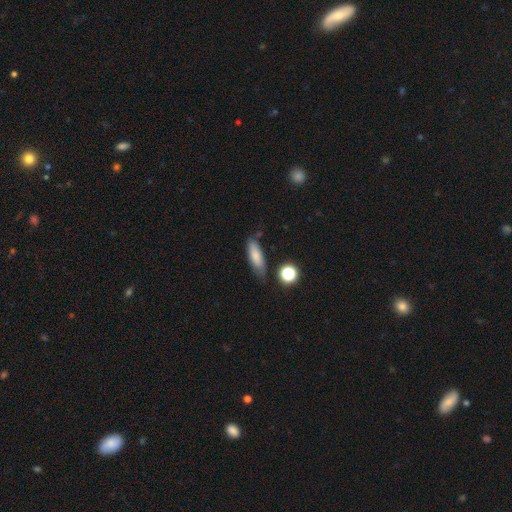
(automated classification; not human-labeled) This appears to be a smooth galaxy with no disk features (79%) that is in between round and cigar-shaped (58%). Merging: none (70%).